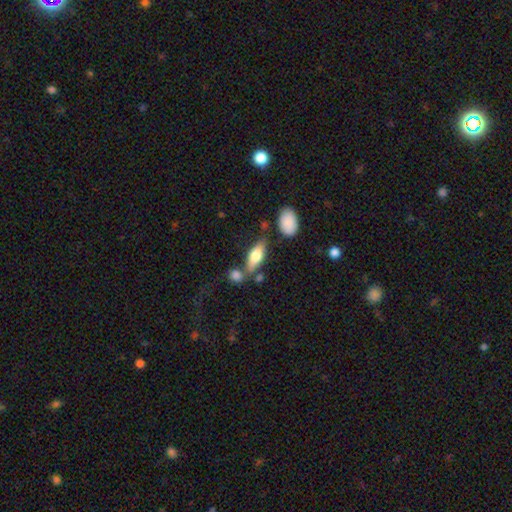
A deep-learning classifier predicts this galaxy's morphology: Q: Smooth or featured?
A: smooth (65%); runner-up: featured or disk (28%)
Q: How rounded?
A: in between (68%); runner-up: cigar-shaped (29%)
Q: Merging?
A: none (64%); runner-up: minor disturbance (15%)